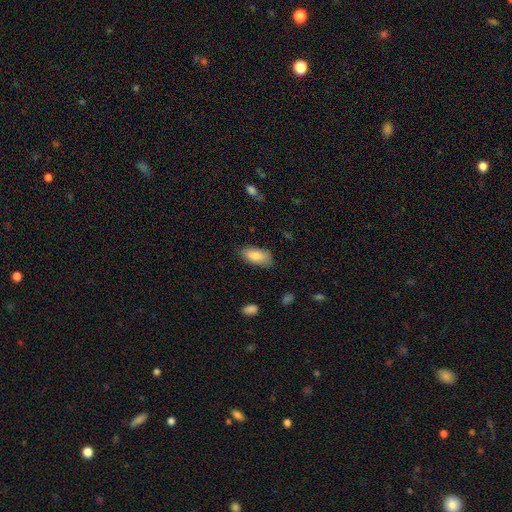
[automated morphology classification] Overall: smooth (84%). How rounded: in between (90%). Merging: none (77%).